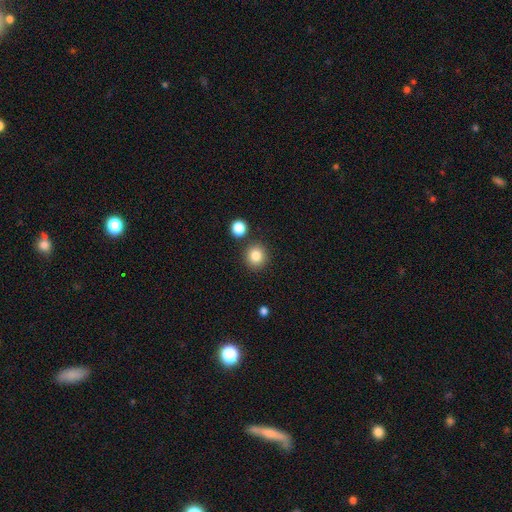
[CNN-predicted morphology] smooth_or_featured: smooth (p=0.85) [alt: star or artifact p=0.10]
how_rounded: round (p=0.91) [alt: in between p=0.08]
merging: none (p=0.86) [alt: minor disturbance p=0.07]